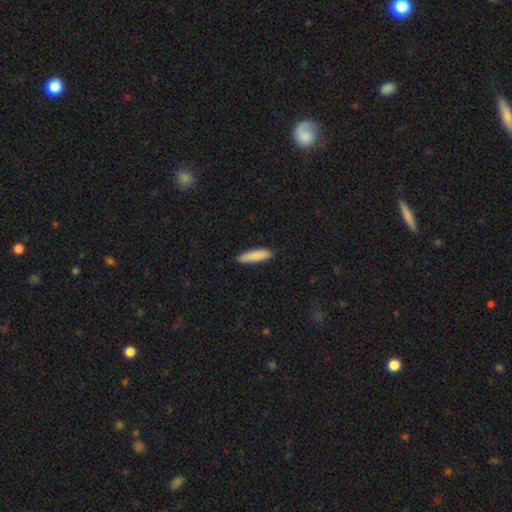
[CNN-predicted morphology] smooth-or-featured: smooth: 87% | featured or disk: 7% | star or artifact: 6%
  how-rounded: cigar-shaped: 73% | in between: 25% | round: 1%
  merging: none: 89% | minor disturbance: 8% | major disturbance: 2% | merger: 1%